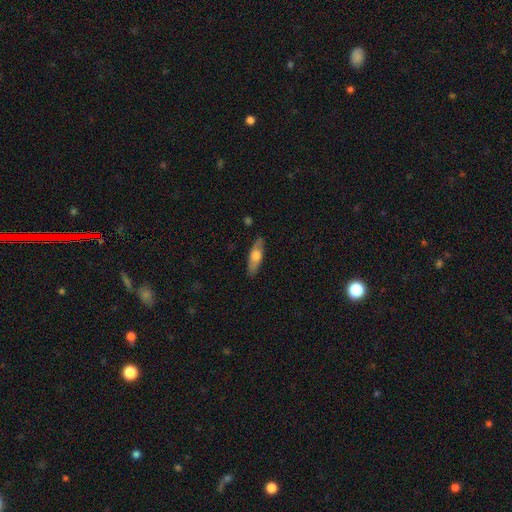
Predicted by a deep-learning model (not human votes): Smooth or featured? Predicted: smooth (p=0.59). How rounded? Predicted: in between (p=0.51). Merging? Predicted: none (p=0.85).